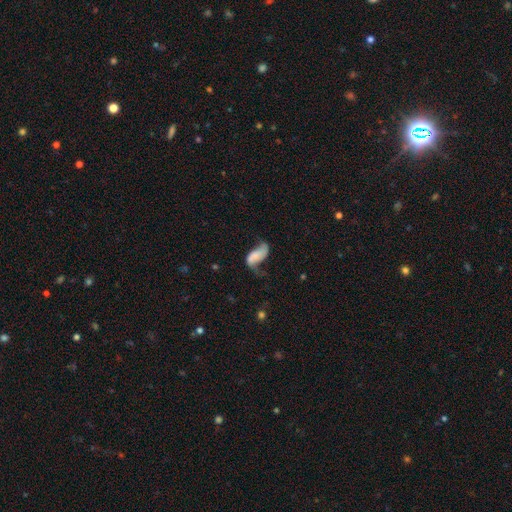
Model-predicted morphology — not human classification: featured or disk 51%, smooth 40%, star or artifact 9%. Down the decision tree: edge-on disk — no (94%); merging — none (37%).